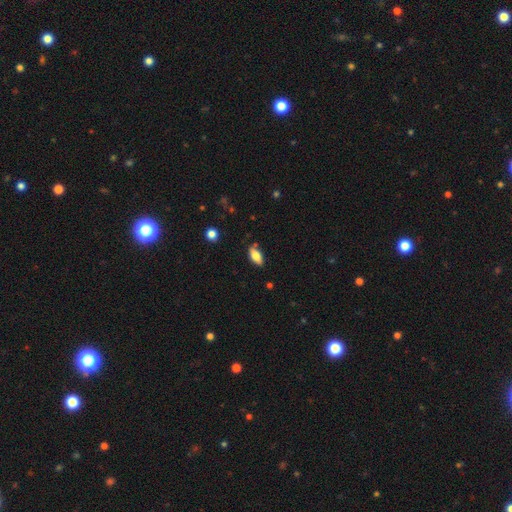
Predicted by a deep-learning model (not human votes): Smooth or featured?
  - smooth: 75% *
  - featured or disk: 18%
  - star or artifact: 7%
How rounded?
  - in between: 87% *
  - cigar-shaped: 10%
  - round: 3%
Merging?
  - none: 78% *
  - minor disturbance: 16%
  - major disturbance: 3%
  - merger: 3%